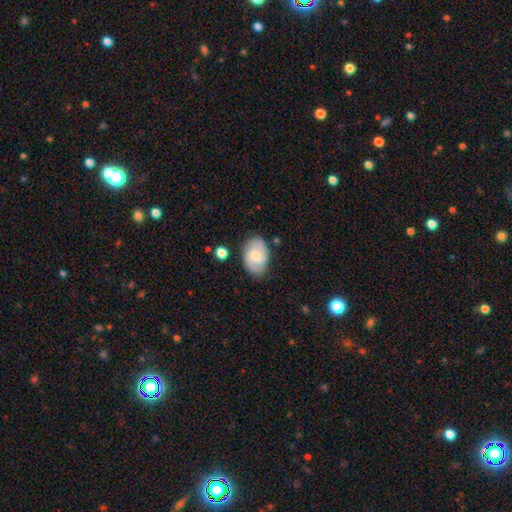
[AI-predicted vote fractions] This appears to be a featured or disk galaxy (65%) with no bar (58%), 2 (66%) medium (44%) spiral arms (94%) and a small central bulge (48%). Merging: none (78%).